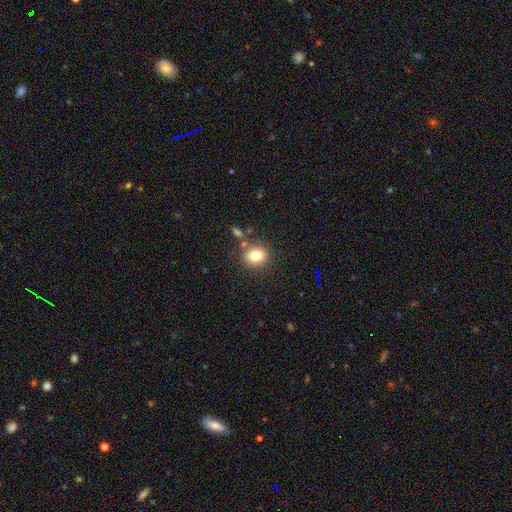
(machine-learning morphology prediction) A smooth galaxy with no disk features (82%) that is round (58%). Merging: none (78%).